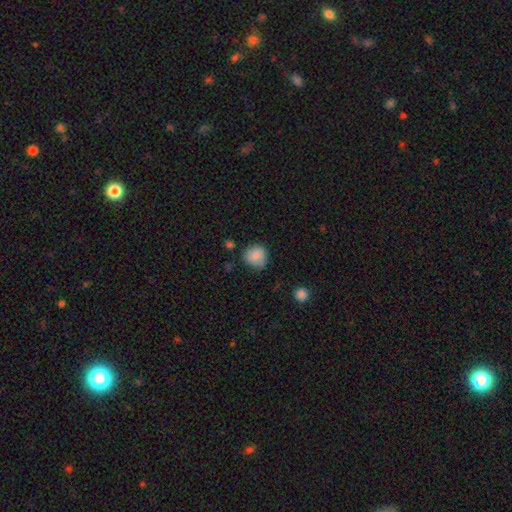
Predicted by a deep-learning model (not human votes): This is clearly a smooth galaxy (83%). How rounded: clearly round (82%). Merging: likely none (64%).